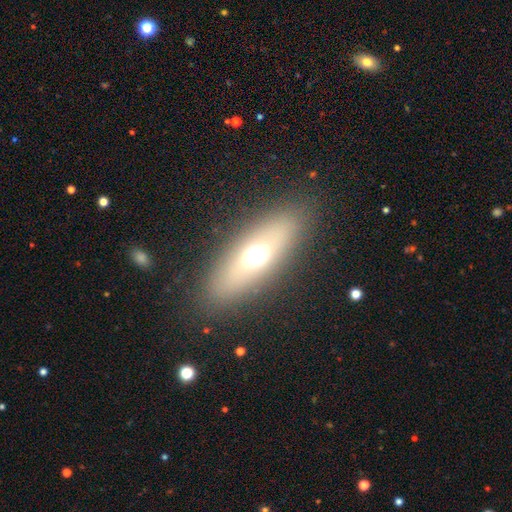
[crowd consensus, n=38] A smooth galaxy with no disk features (47%, tied with featured or disk) that is in between round and cigar-shaped (61%). Merging: none (86%).